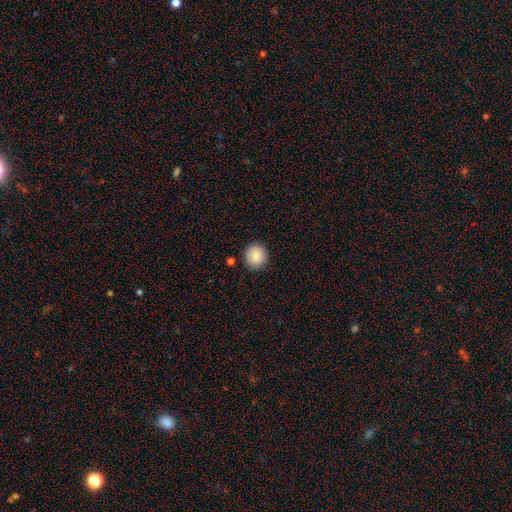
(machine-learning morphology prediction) smooth_or_featured: smooth (p=0.86) [alt: star or artifact p=0.08]
how_rounded: round (p=0.90) [alt: in between p=0.09]
merging: none (p=0.89) [alt: minor disturbance p=0.07]